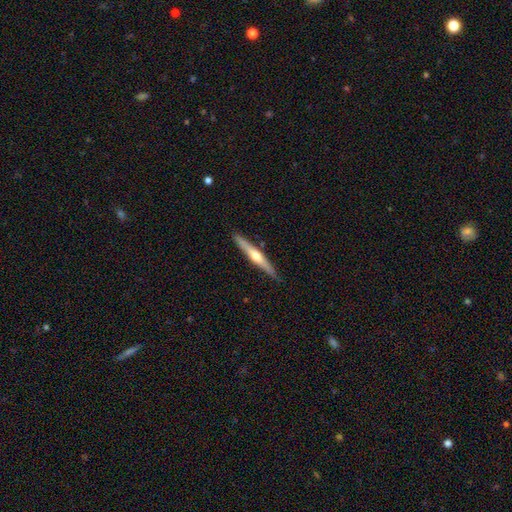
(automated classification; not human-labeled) This is likely a featured or disk galaxy (62%). It is clearly viewed edge-on (97%). Edge-on bulge: clearly rounded (83%). Merging: clearly none (88%).